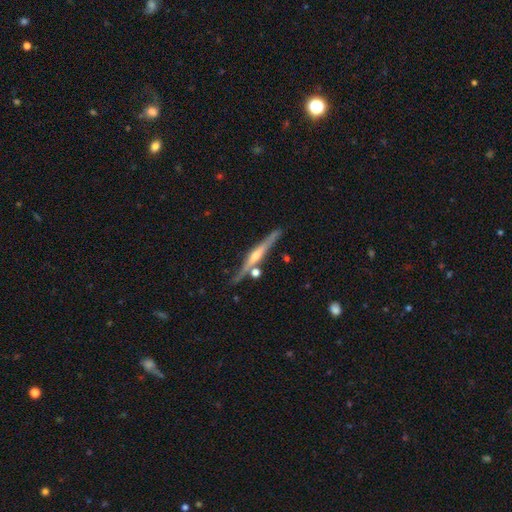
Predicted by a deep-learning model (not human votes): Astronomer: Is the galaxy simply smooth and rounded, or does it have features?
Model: featured or disk — 78%.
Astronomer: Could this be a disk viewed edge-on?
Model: yes — 98%.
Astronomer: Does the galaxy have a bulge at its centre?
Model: rounded — 80%.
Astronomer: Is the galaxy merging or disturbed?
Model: none — 83%.